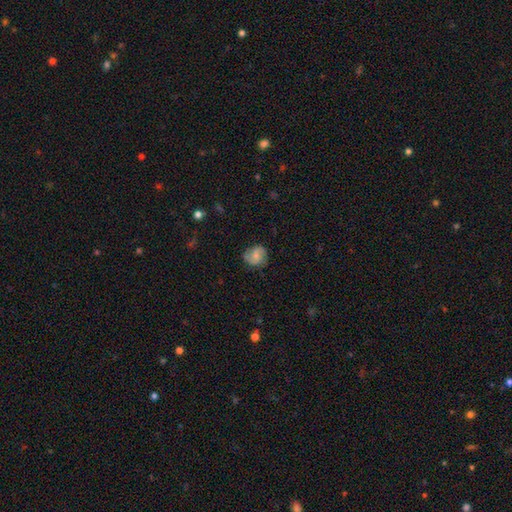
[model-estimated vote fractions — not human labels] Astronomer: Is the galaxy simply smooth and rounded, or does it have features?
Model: featured or disk — 55% (runner-up: smooth, 37%).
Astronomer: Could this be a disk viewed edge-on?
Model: no — 98%.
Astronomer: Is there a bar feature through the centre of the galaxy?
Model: no — 56% (runner-up: weak, 36%).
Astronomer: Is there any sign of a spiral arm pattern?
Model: yes — 90%.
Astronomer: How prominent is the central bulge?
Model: small — 49% (runner-up: moderate, 40%).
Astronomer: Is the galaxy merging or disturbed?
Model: none — 76%.